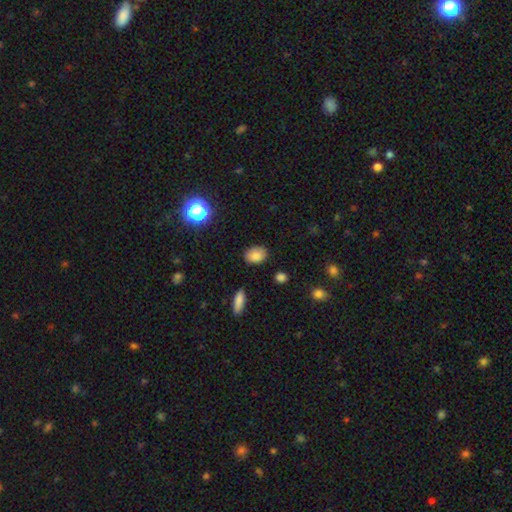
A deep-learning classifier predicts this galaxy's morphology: type=smooth (84%); roundness=in between (75%); merging=none (84%).